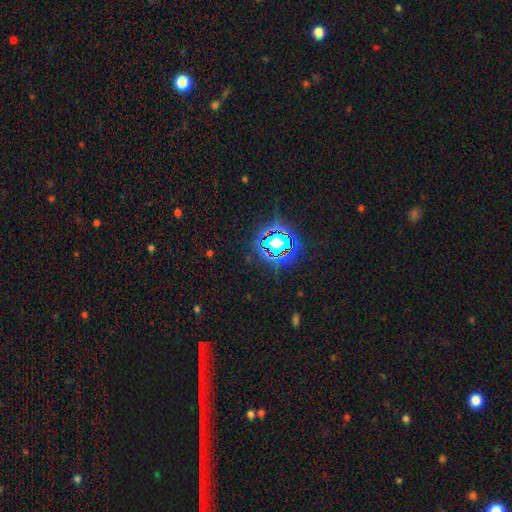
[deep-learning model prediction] Q: Smooth or featured?
A: star or artifact (83%); runner-up: smooth (9%)